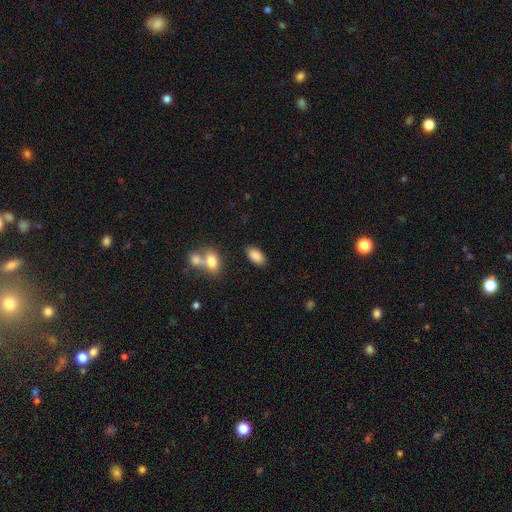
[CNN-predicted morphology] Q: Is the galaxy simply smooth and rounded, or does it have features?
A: smooth — 87%.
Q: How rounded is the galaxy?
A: in between — 93%.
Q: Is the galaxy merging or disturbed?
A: none — 84%.